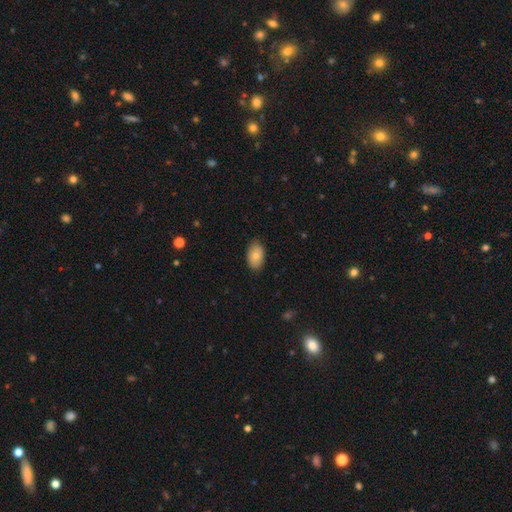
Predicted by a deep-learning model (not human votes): Smooth or featured: smooth — 80% (featured or disk — 13%)
How rounded: in between — 93% (round — 6%)
Merging: none — 85% (minor disturbance — 12%)